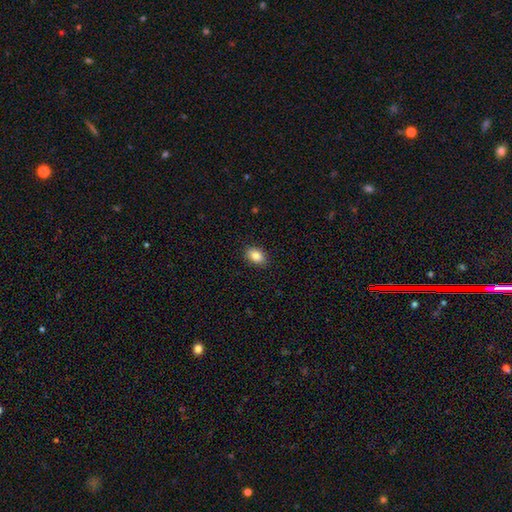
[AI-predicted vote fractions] Smooth or featured: smooth — 86% (star or artifact — 8%)
How rounded: in between — 81% (round — 17%)
Merging: none — 89% (minor disturbance — 8%)